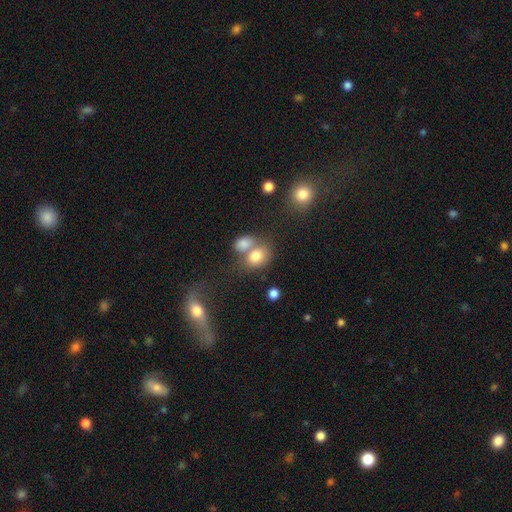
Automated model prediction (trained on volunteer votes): smooth-or-featured: smooth: 77% | featured or disk: 12% | star or artifact: 11%
  how-rounded: in between: 60% | round: 39% | cigar-shaped: 1%
  merging: merger: 50% | none: 34% | minor disturbance: 10% | major disturbance: 6%